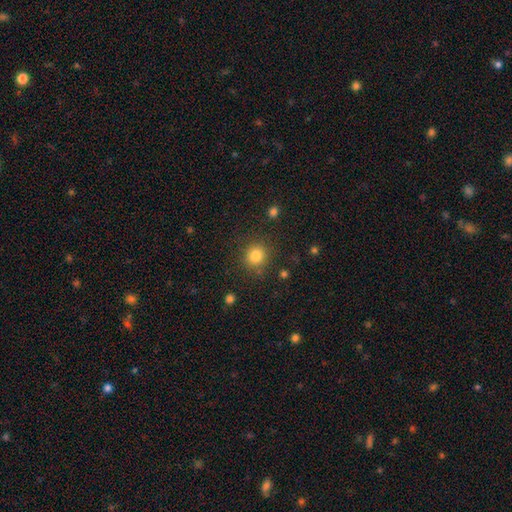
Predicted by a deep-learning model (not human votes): Smooth or featured?
  - smooth: 82% *
  - star or artifact: 12%
  - featured or disk: 6%
How rounded?
  - round: 87% *
  - in between: 12%
  - cigar-shaped: 1%
Merging?
  - none: 86% *
  - minor disturbance: 8%
  - major disturbance: 3%
  - merger: 3%